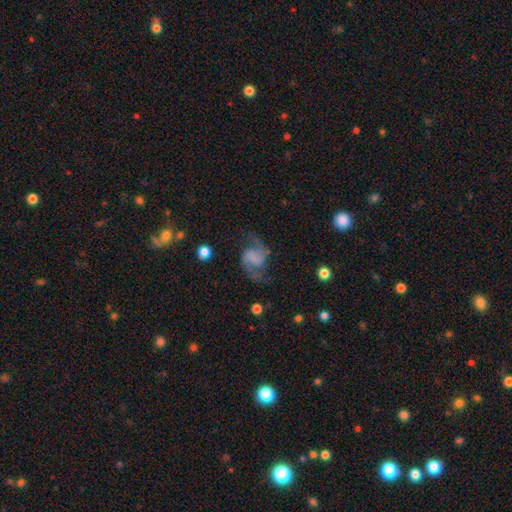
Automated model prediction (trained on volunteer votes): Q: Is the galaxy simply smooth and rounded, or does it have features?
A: featured or disk — 85%.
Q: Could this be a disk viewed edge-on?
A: no — 98%.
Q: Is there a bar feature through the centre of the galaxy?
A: no — 41%.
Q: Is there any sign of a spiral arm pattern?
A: yes — 97%.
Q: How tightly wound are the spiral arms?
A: loose — 50%.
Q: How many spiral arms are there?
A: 2 — 94%.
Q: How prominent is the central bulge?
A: none — 69%.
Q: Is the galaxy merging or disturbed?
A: none — 74%.